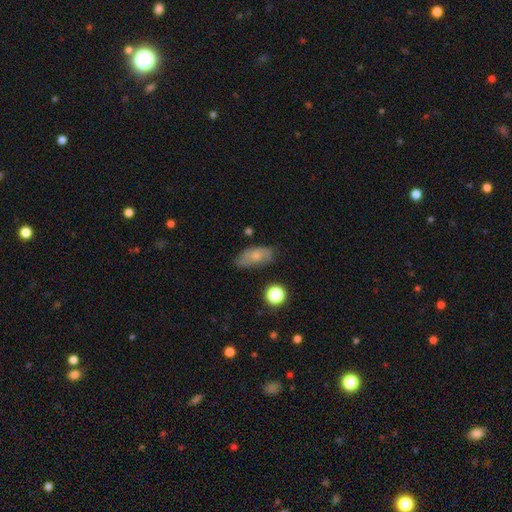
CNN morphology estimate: Smooth or featured? Predicted: smooth (p=0.68). How rounded? Predicted: in between (p=0.86). Merging? Predicted: none (p=0.69).